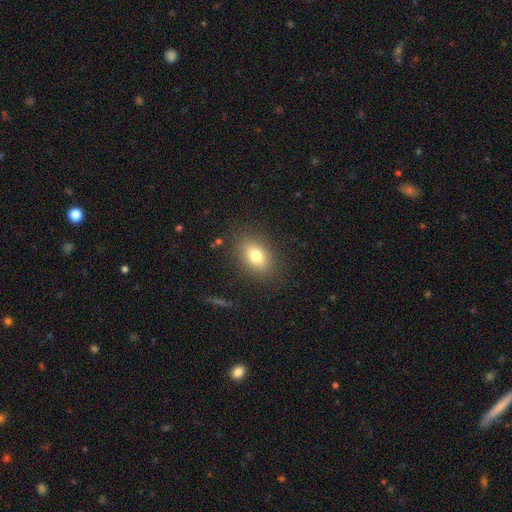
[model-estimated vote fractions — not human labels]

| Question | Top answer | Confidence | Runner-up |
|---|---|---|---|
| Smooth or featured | smooth | 78% | featured or disk (12%) |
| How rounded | in between | 76% | round (23%) |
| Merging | none | 85% | minor disturbance (10%) |